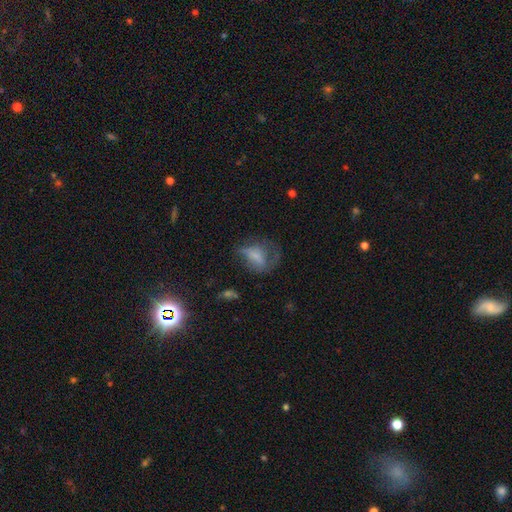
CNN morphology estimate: Smooth or featured? smooth (51%)
How rounded? in between (71%)
Merging? major disturbance (46%)